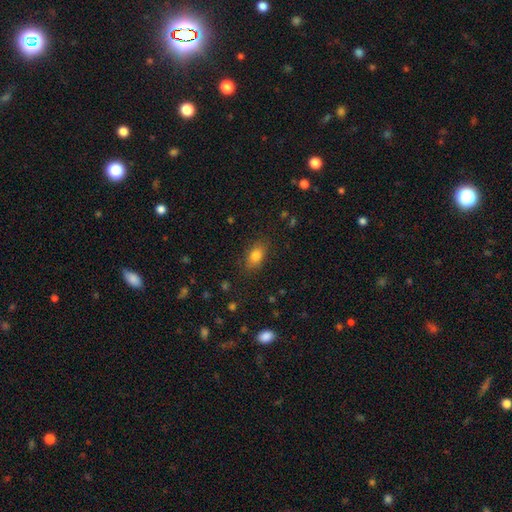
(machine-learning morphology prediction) Smooth or featured: smooth — 81% (star or artifact — 10%)
How rounded: in between — 84% (round — 14%)
Merging: none — 83% (minor disturbance — 12%)